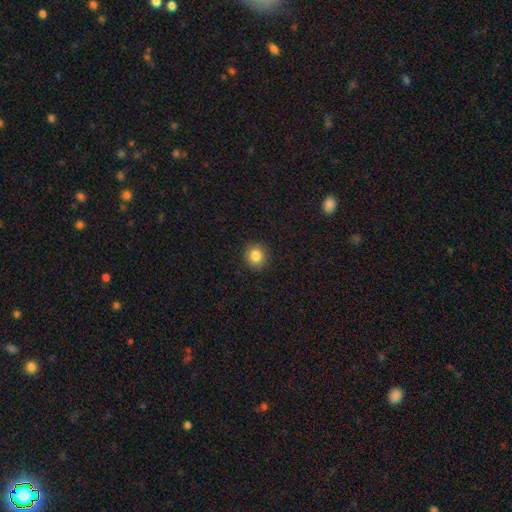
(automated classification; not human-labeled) Smooth or featured? Predicted: smooth (p=0.84). How rounded? Predicted: round (p=0.89). Merging? Predicted: none (p=0.91).